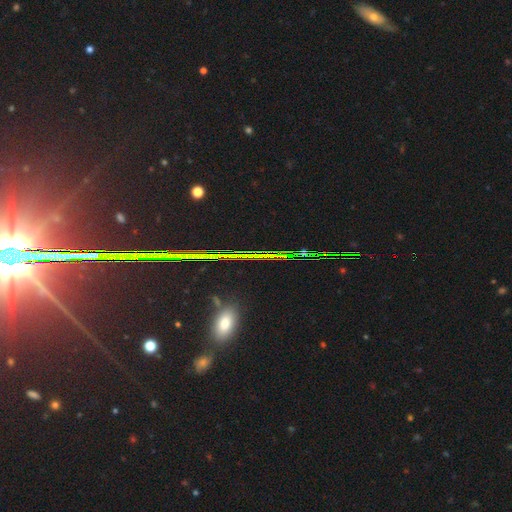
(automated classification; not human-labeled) Smooth or featured?
  - star or artifact: 68% *
  - smooth: 20%
  - featured or disk: 12%